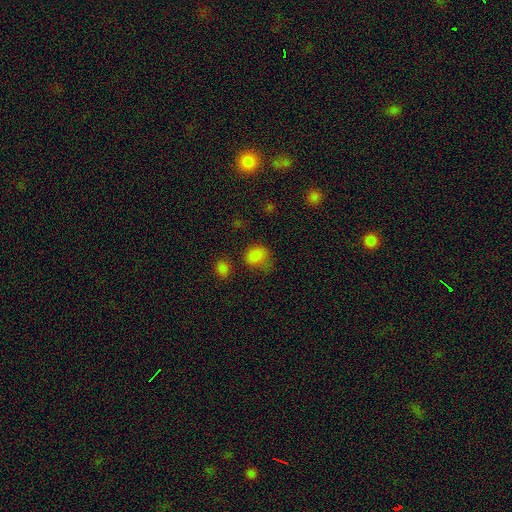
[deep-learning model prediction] smooth-or-featured: smooth: 78% | star or artifact: 16% | featured or disk: 6%
  how-rounded: round: 55% | in between: 44% | cigar-shaped: 1%
  merging: none: 51% | minor disturbance: 28% | major disturbance: 15% | merger: 6%